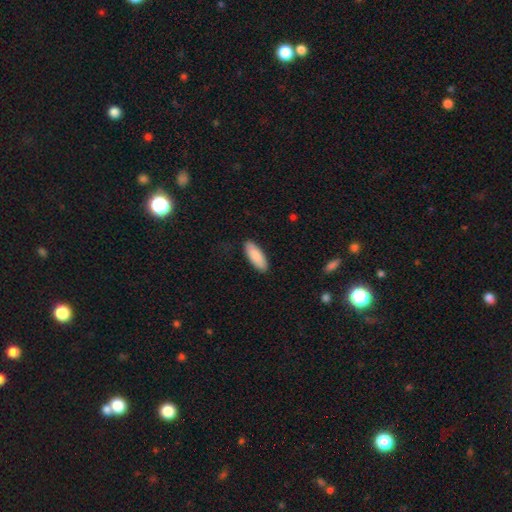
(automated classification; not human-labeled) Smooth or featured: smooth — 90% (star or artifact — 5%)
How rounded: in between — 72% (cigar-shaped — 27%)
Merging: none — 89% (minor disturbance — 8%)